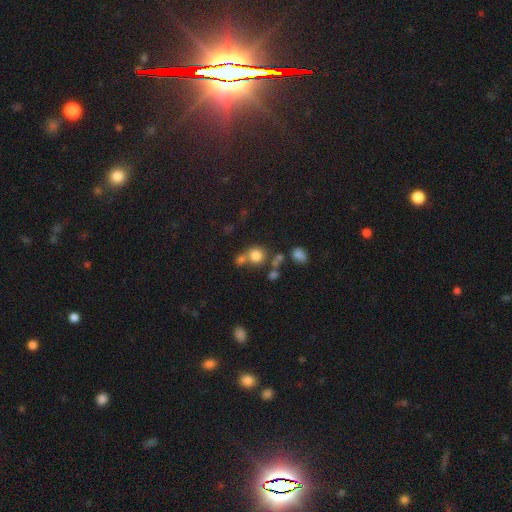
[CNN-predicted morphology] smooth 77%, star or artifact 14%, featured or disk 9%. Down the decision tree: how rounded — round (86%); merging — none (51%).